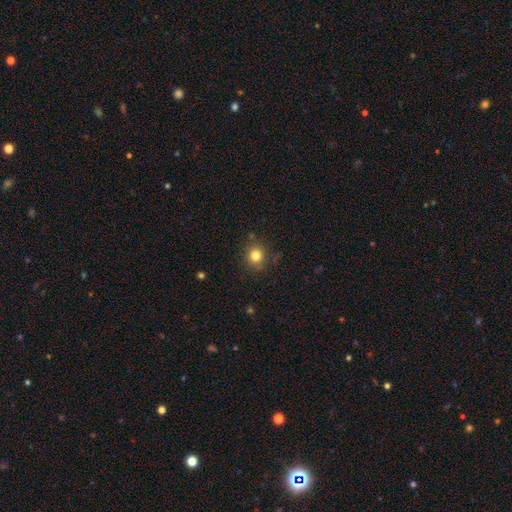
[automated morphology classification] Smooth or featured?
  - smooth: 80% *
  - star or artifact: 13%
  - featured or disk: 7%
How rounded?
  - round: 86% *
  - in between: 13%
  - cigar-shaped: 1%
Merging?
  - none: 85% *
  - minor disturbance: 10%
  - major disturbance: 3%
  - merger: 2%